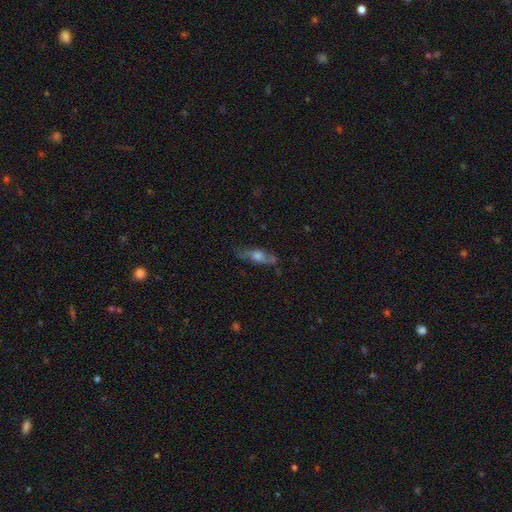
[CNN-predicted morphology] A featured or disk galaxy (53%) viewed edge-on (73%). Merging: none (73%).